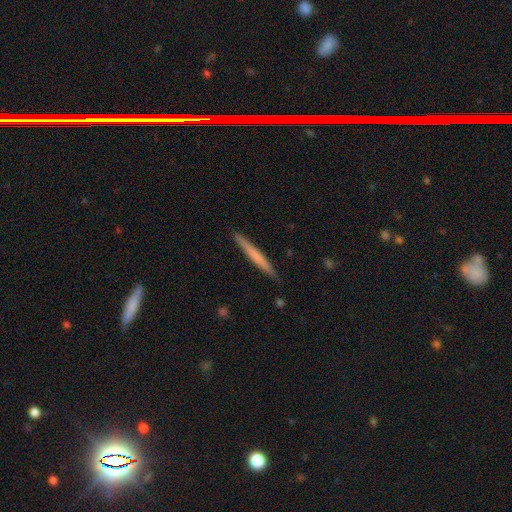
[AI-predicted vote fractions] This is possibly a smooth galaxy (60%). How rounded: clearly cigar-shaped (97%). Merging: clearly none (90%).